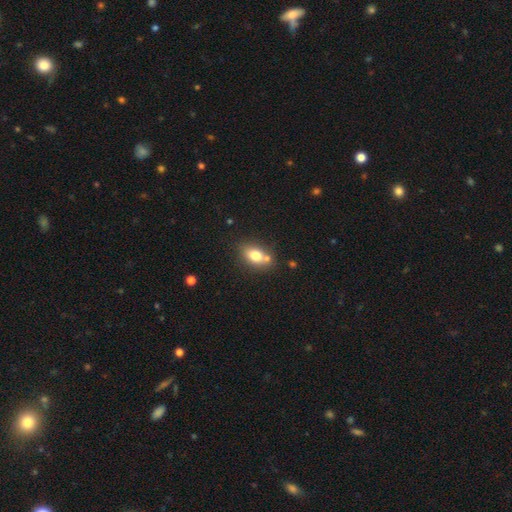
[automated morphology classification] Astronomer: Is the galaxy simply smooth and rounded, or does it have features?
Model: smooth — 75%.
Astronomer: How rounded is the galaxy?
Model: in between — 77%.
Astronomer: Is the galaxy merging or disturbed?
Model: none — 63%.